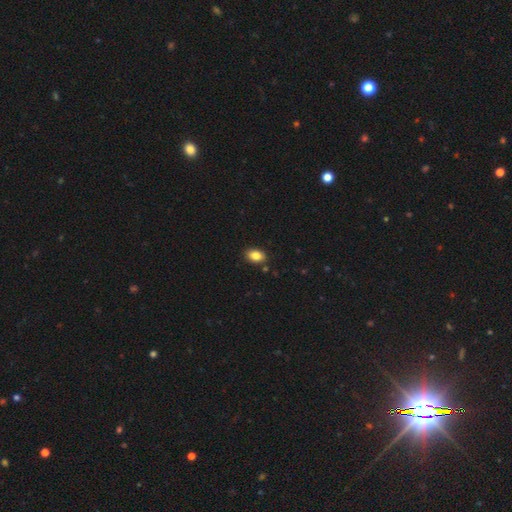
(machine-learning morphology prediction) smooth 84%, star or artifact 9%, featured or disk 7%. Down the decision tree: how rounded — in between (84%); merging — none (87%).